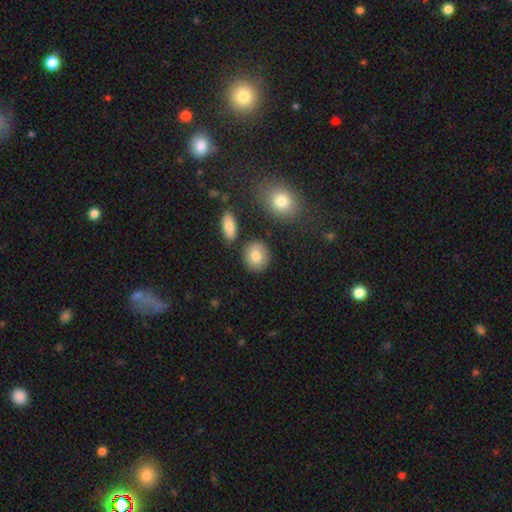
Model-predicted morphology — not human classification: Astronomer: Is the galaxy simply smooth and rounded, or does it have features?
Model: smooth — 79%.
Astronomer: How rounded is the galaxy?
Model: round — 79%.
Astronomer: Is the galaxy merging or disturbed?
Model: none — 82%.